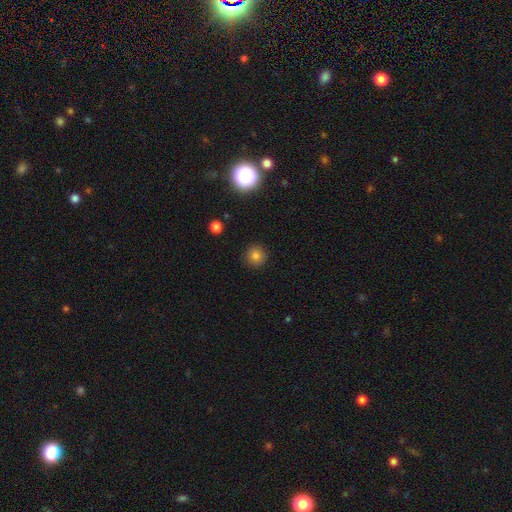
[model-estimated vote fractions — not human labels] Q: Smooth or featured?
A: smooth (79%); runner-up: star or artifact (14%)
Q: How rounded?
A: round (94%); runner-up: in between (5%)
Q: Merging?
A: none (91%); runner-up: minor disturbance (6%)